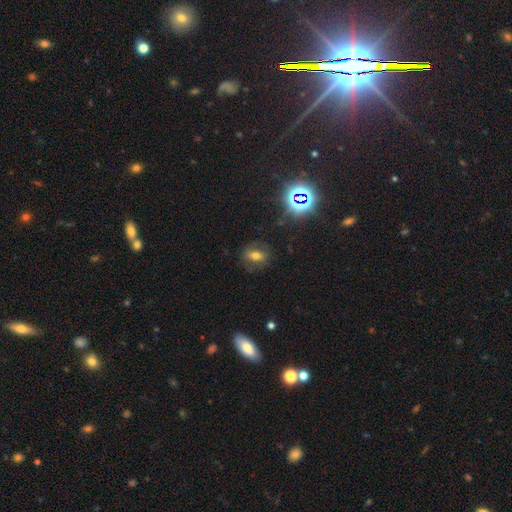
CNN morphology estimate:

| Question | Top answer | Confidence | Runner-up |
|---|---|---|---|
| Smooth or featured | smooth | 44% | featured or disk (30%) |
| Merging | none | 77% | minor disturbance (14%) |